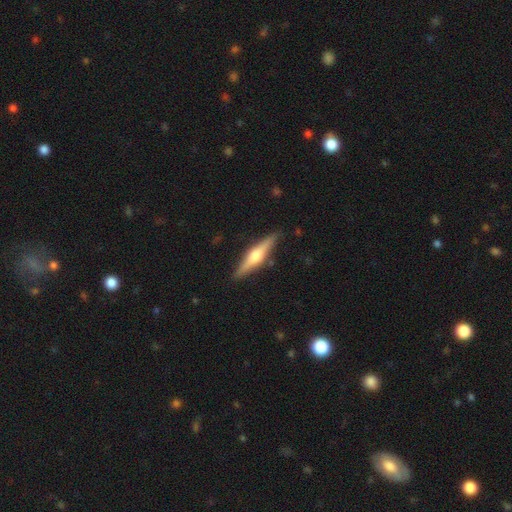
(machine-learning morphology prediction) Smooth or featured? Predicted: featured or disk (p=0.65). Edge-on disk? Predicted: yes (p=0.97). Edge-on bulge? Predicted: rounded (p=0.92). Merging? Predicted: none (p=0.88).